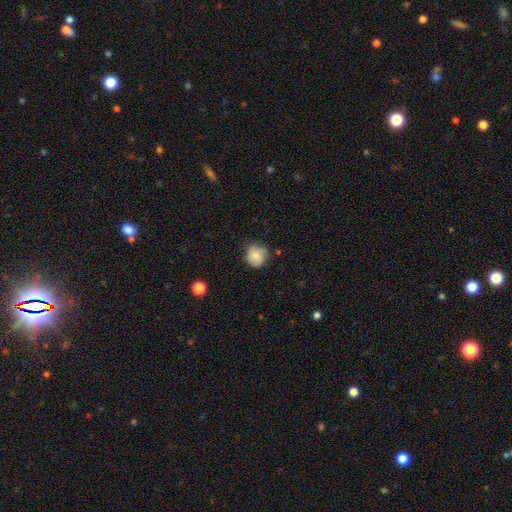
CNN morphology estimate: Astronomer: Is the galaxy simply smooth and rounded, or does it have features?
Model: smooth — 70%.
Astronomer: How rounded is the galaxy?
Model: round — 88%.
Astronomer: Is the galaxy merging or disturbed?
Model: none — 69%.